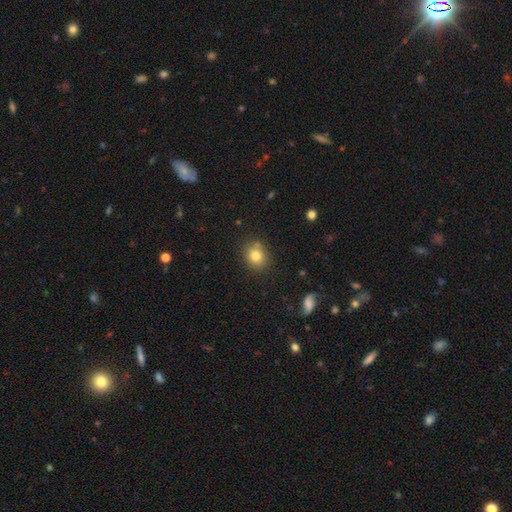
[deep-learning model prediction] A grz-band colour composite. It shows a smooth galaxy with no disk features (79%) that is round (71%). Merging: none (78%).